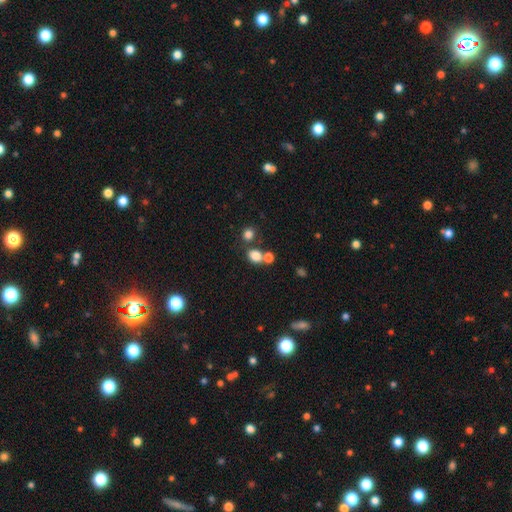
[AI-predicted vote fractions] Q: Smooth or featured?
A: smooth (79%); runner-up: star or artifact (14%)
Q: How rounded?
A: round (58%); runner-up: in between (40%)
Q: Merging?
A: none (53%); runner-up: merger (32%)